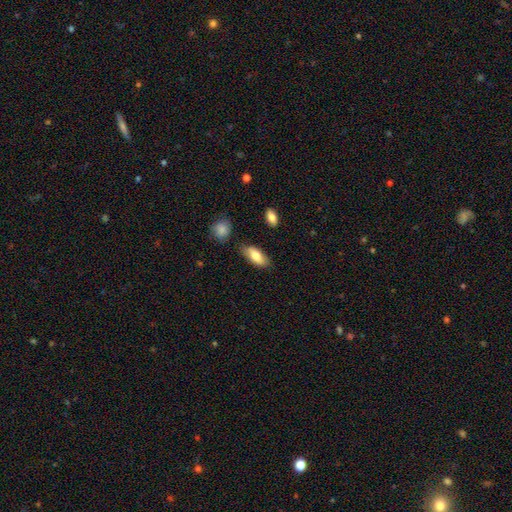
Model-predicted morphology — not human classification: Smooth or featured? Predicted: smooth (p=0.79). How rounded? Predicted: in between (p=0.84). Merging? Predicted: none (p=0.80).